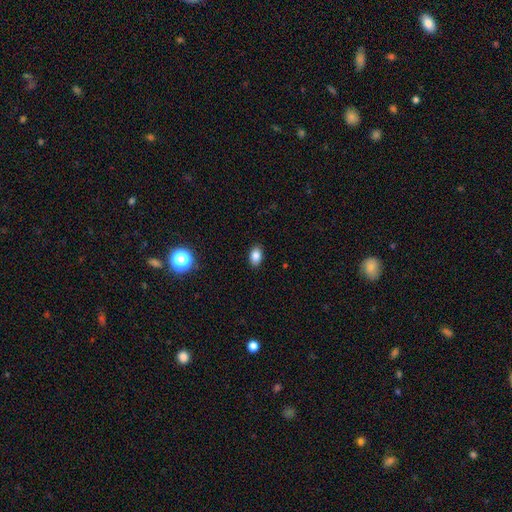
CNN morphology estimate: The model was most divided on "smooth or featured": smooth: 84%, star or artifact: 10%, featured or disk: 5%. More confident: merging — none (89%); how rounded — in between (87%).